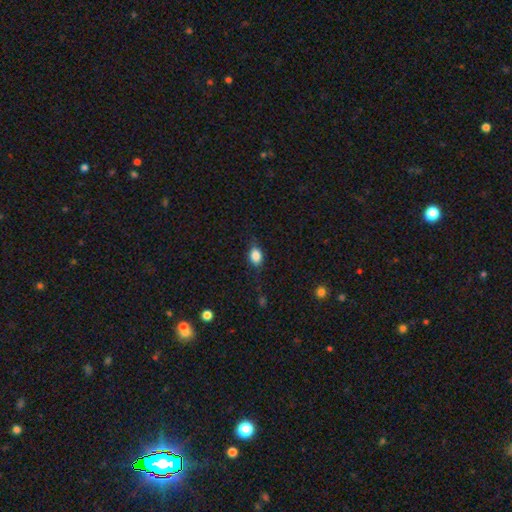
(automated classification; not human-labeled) Smooth or featured: smooth — 85% (star or artifact — 9%)
How rounded: in between — 75% (round — 23%)
Merging: none — 75% (minor disturbance — 19%)